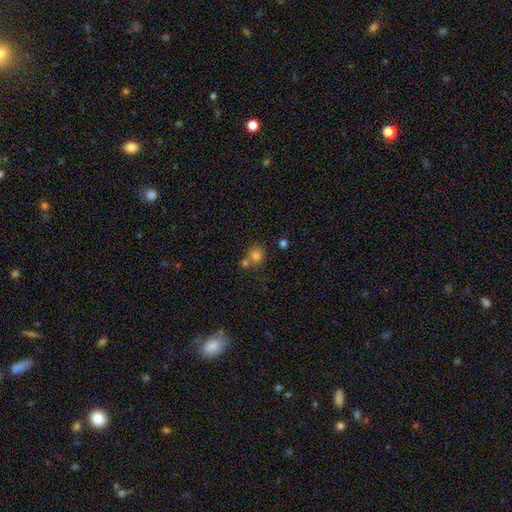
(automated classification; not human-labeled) Smooth or featured?
  - smooth: 79% *
  - star or artifact: 13%
  - featured or disk: 8%
How rounded?
  - round: 81% *
  - in between: 18%
  - cigar-shaped: 1%
Merging?
  - none: 56% *
  - merger: 32%
  - minor disturbance: 9%
  - major disturbance: 3%